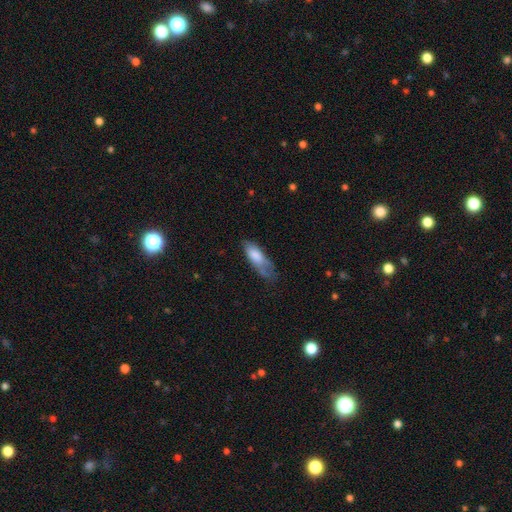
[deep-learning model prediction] This is likely a smooth galaxy (72%). How rounded: likely in between (67%). Merging: marginally minor disturbance (37%).